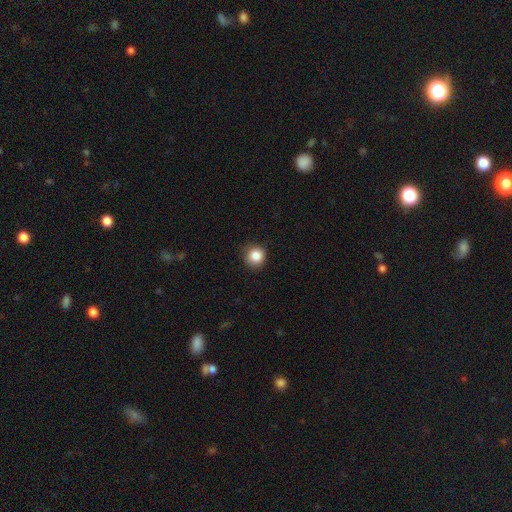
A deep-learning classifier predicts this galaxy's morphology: The model was most divided on "merging": none: 83%, minor disturbance: 13%, major disturbance: 3%, merger: 1%. More confident: how rounded — round (92%); smooth or featured — smooth (85%).